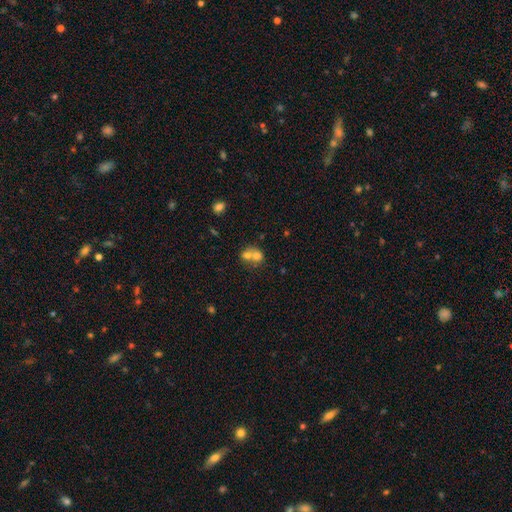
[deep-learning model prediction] Q: Smooth or featured?
A: smooth (68%); runner-up: featured or disk (21%)
Q: How rounded?
A: round (66%); runner-up: in between (33%)
Q: Merging?
A: merger (69%); runner-up: none (23%)